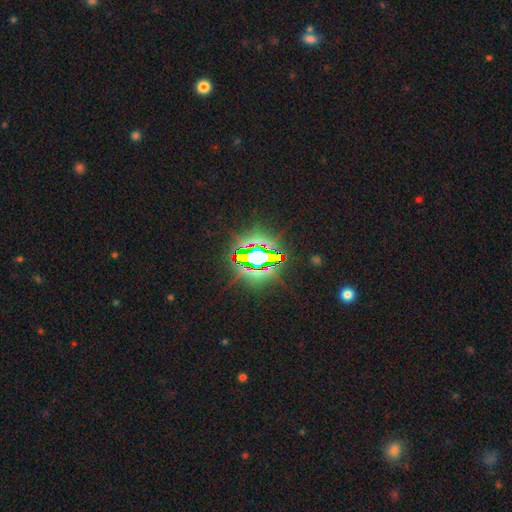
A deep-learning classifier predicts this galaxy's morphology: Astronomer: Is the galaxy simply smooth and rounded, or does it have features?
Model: star or artifact — 80%.